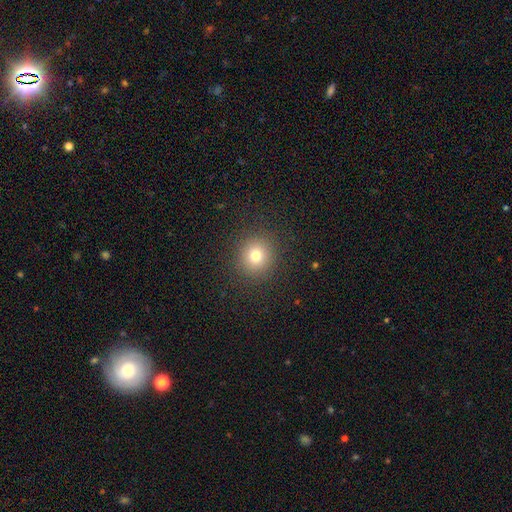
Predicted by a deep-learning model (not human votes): Smooth or featured? Predicted: smooth (p=0.76). How rounded? Predicted: round (p=0.92). Merging? Predicted: none (p=0.90).